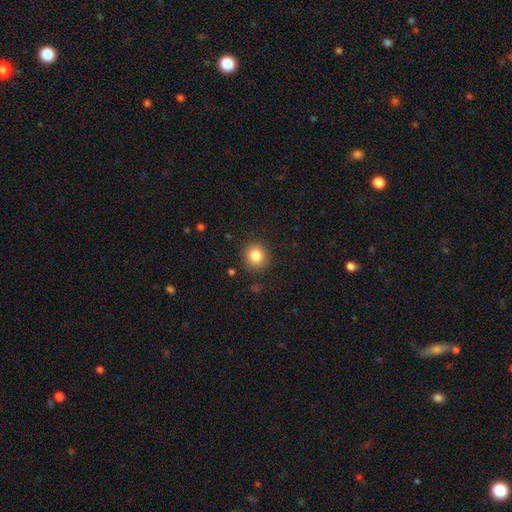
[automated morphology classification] This appears to be a smooth galaxy with no disk features (84%) that is round (87%). Merging: none (88%).